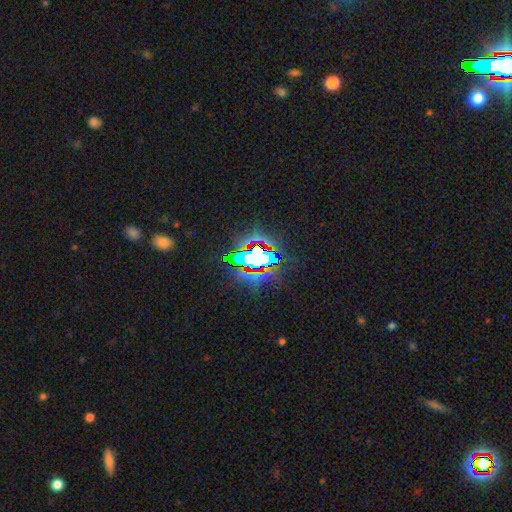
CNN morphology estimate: type=star or artifact (64%).